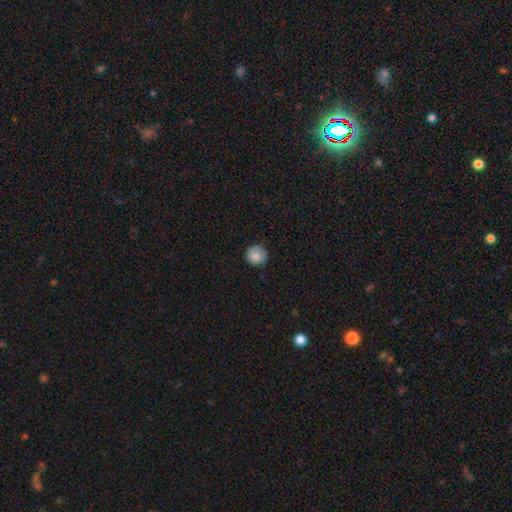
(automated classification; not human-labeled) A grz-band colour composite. It shows a smooth galaxy with no disk features (86%) that is round (93%). Merging: none (83%).